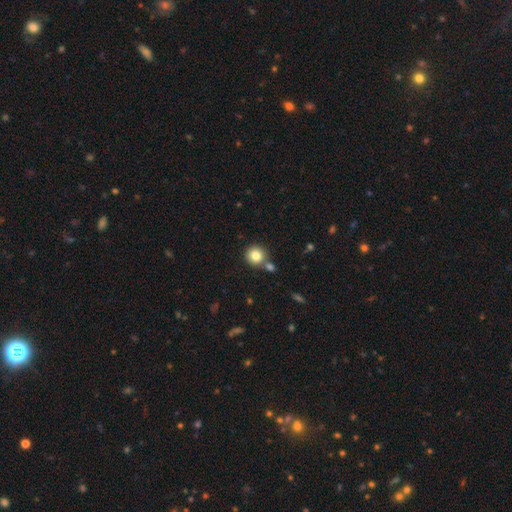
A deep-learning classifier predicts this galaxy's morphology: smooth_or_featured: smooth (p=0.82) [alt: star or artifact p=0.10]
how_rounded: round (p=0.92) [alt: in between p=0.07]
merging: none (p=0.73) [alt: merger p=0.17]